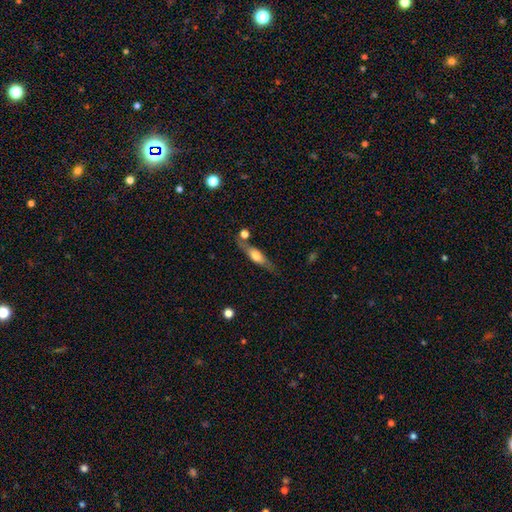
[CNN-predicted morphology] Smooth or featured? featured or disk (47%, tied with smooth)
Merging? none (67%)